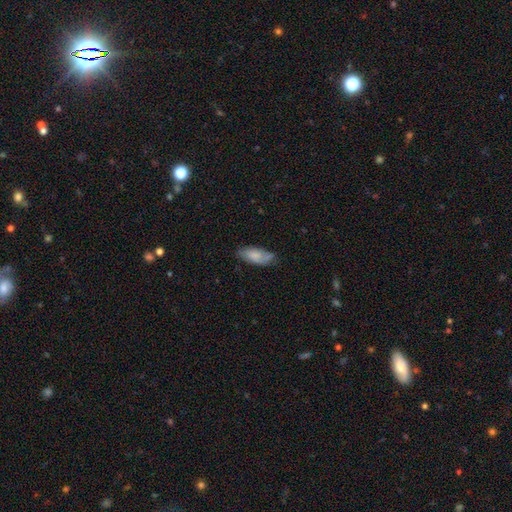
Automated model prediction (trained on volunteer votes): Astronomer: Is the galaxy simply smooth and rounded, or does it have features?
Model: smooth — 77%.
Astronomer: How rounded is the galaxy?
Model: in between — 82%.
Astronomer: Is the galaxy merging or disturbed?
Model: none — 63%.